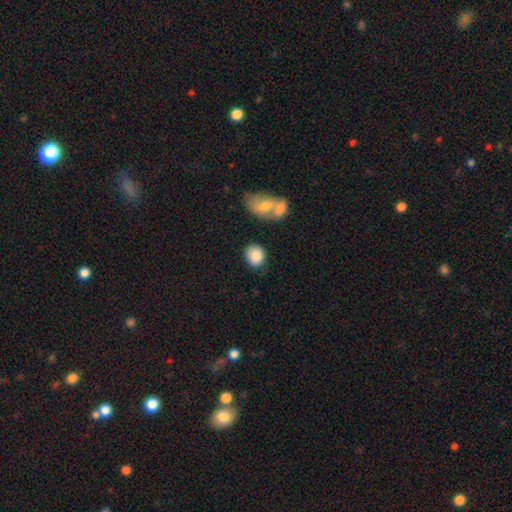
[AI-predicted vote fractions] Q: Smooth or featured?
A: smooth (86%); runner-up: star or artifact (7%)
Q: How rounded?
A: round (64%); runner-up: in between (35%)
Q: Merging?
A: none (71%); runner-up: minor disturbance (16%)